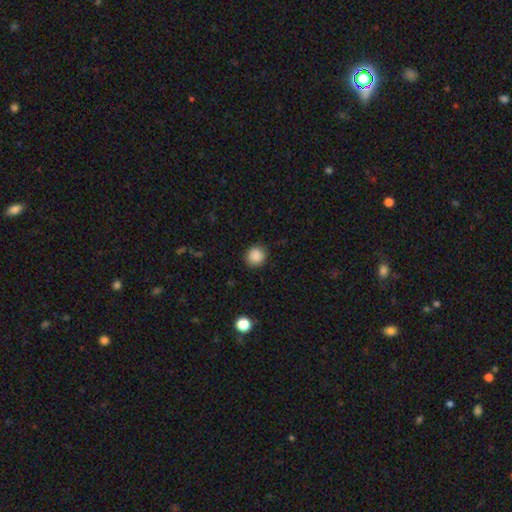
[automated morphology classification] smooth 88%, star or artifact 9%, featured or disk 3%. Down the decision tree: how rounded — round (89%); merging — none (88%).